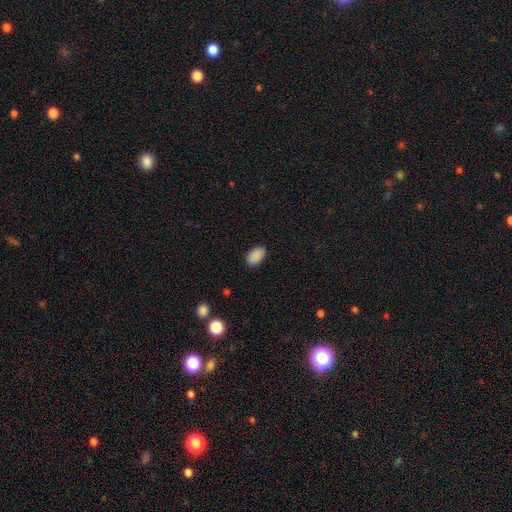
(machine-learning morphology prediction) Smooth or featured? Predicted: smooth (p=0.90). How rounded? Predicted: in between (p=0.93). Merging? Predicted: none (p=0.88).